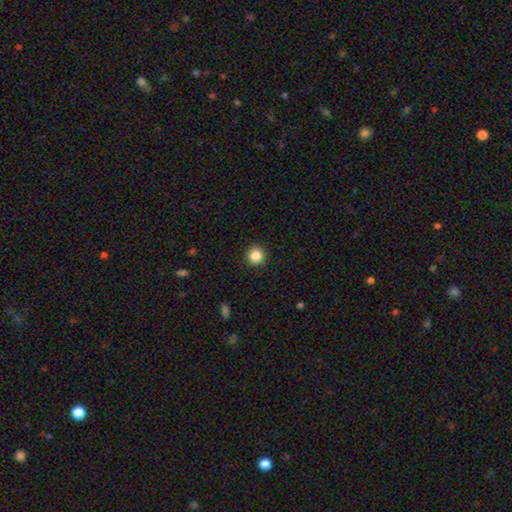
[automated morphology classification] The model was most divided on "smooth or featured": smooth: 86%, star or artifact: 10%, featured or disk: 4%. More confident: how rounded — round (94%); merging — none (92%).